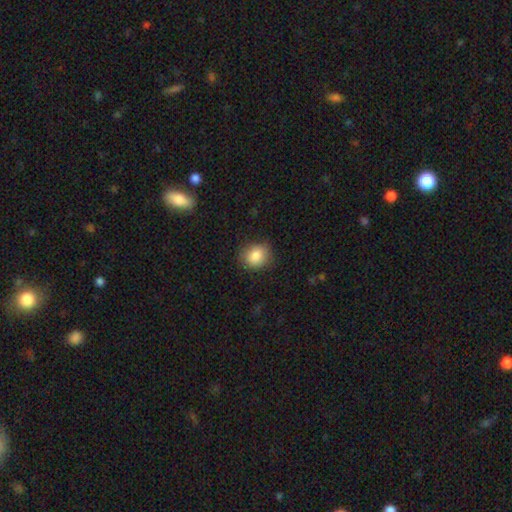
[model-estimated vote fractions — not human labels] A smooth galaxy with no disk features (85%) that is round (70%).

Vote fractions:
- Smooth or featured? smooth: 85% / star or artifact: 9% / featured or disk: 6%
- How rounded? round: 70% / in between: 29% / cigar-shaped: 1%
- Merging? none: 81% / minor disturbance: 15% / major disturbance: 3% / merger: 1%